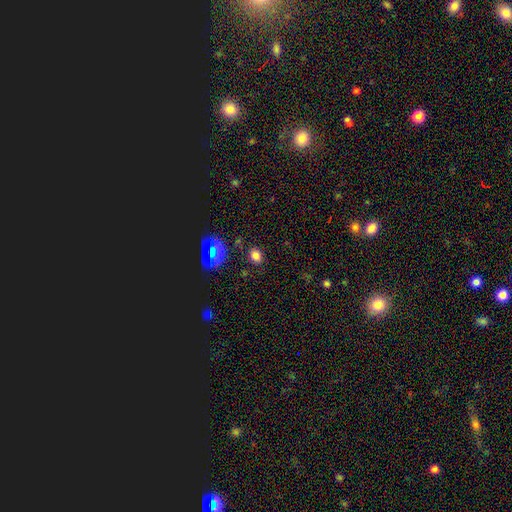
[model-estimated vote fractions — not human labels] The model was most divided on "how rounded": in between: 55%, round: 43%, cigar-shaped: 1%. More confident: merging — none (84%); smooth or featured — smooth (73%).